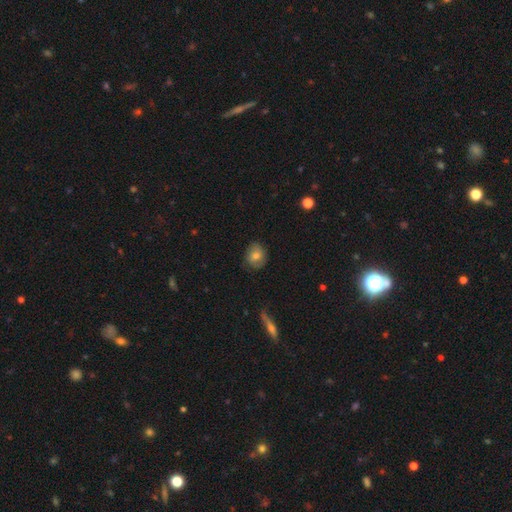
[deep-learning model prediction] This is likely a smooth galaxy (69%). How rounded: likely round (63%). Merging: likely none (73%).